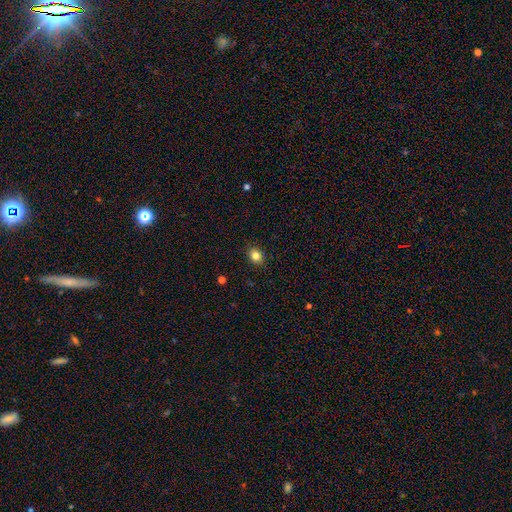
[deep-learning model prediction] This appears to be a smooth galaxy with no disk features (83%) that is in between round and cigar-shaped (50%). Merging: none (89%).